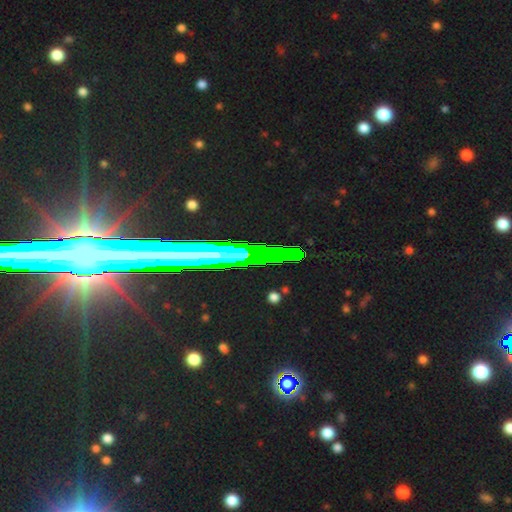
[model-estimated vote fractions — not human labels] star or artifact 59%, featured or disk 27%, smooth 13%.